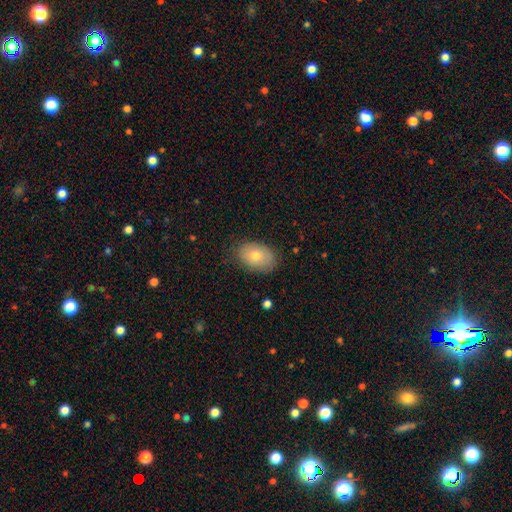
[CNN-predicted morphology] type=smooth (73%); roundness=in between (82%); merging=none (82%).